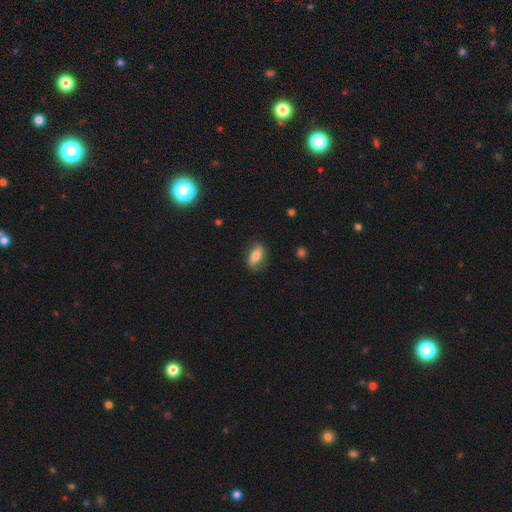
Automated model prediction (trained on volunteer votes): Morphology: type=smooth (54%); roundness=in between (80%); merging=none (76%).